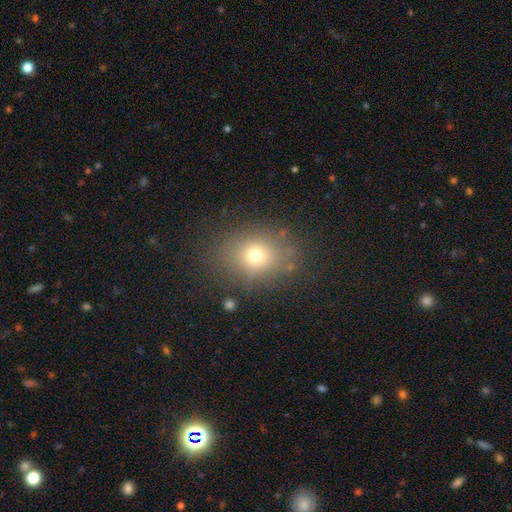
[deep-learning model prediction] Smooth or featured?
  - smooth: 69% *
  - star or artifact: 18%
  - featured or disk: 13%
How rounded?
  - round: 58% *
  - in between: 41%
  - cigar-shaped: 1%
Merging?
  - none: 80% *
  - minor disturbance: 12%
  - major disturbance: 6%
  - merger: 2%